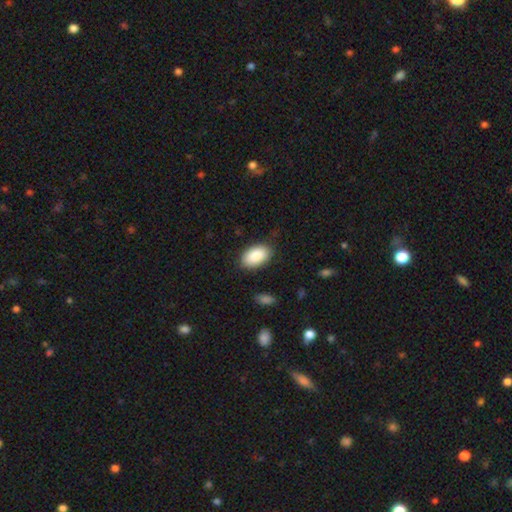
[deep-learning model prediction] The model was most divided on "merging": none: 84%, minor disturbance: 12%, major disturbance: 3%, merger: 1%. More confident: how rounded — in between (94%); smooth or featured — smooth (88%).